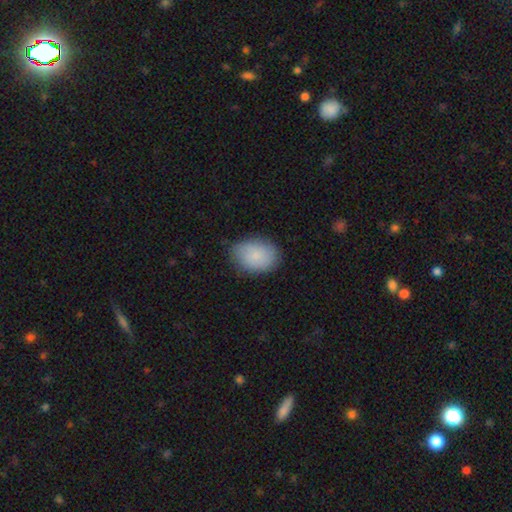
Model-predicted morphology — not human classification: Q: Smooth or featured?
A: smooth (84%); runner-up: featured or disk (10%)
Q: How rounded?
A: in between (80%); runner-up: round (19%)
Q: Merging?
A: none (79%); runner-up: minor disturbance (17%)